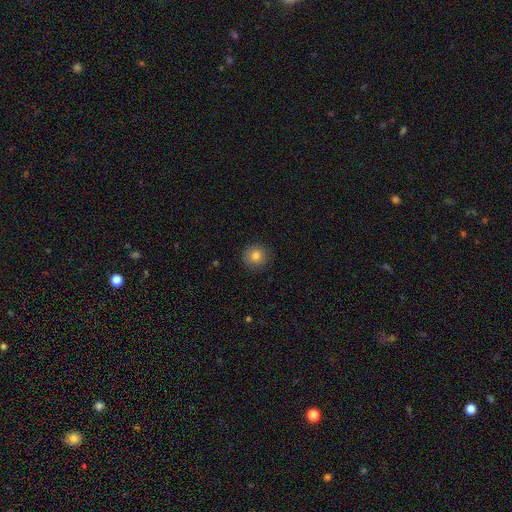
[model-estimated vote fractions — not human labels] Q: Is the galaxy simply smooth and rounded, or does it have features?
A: smooth — 80%.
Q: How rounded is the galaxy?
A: round — 92%.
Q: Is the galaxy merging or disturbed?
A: none — 88%.